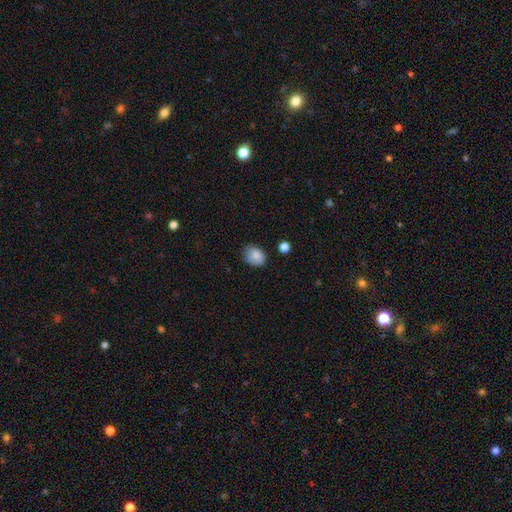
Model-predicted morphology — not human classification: smooth 84%, star or artifact 9%, featured or disk 8%. Down the decision tree: how rounded — in between (67%); merging — none (68%).